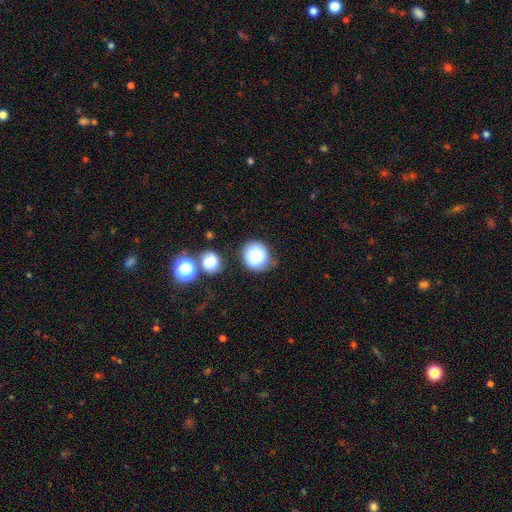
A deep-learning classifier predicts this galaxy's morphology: smooth-or-featured: smooth: 82% | featured or disk: 9% | star or artifact: 9%
  how-rounded: round: 89% | in between: 10% | cigar-shaped: 1%
  merging: none: 72% | minor disturbance: 16% | merger: 8% | major disturbance: 5%